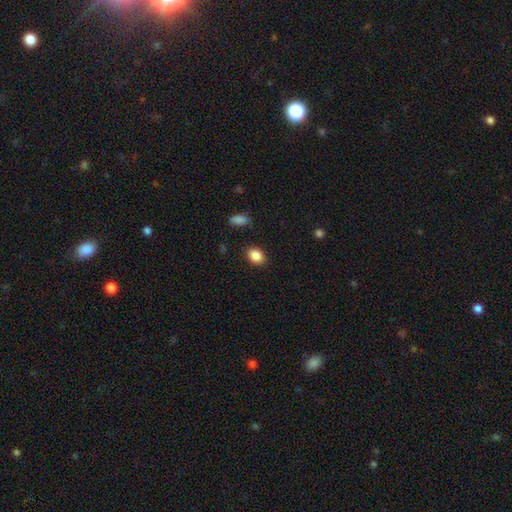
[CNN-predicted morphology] Smooth or featured? Predicted: smooth (p=0.87). How rounded? Predicted: in between (p=0.66). Merging? Predicted: none (p=0.88).